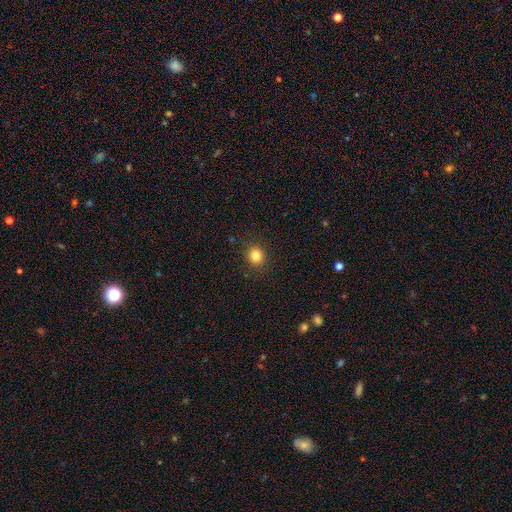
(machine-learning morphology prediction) type=smooth (83%); roundness=round (85%); merging=none (90%).